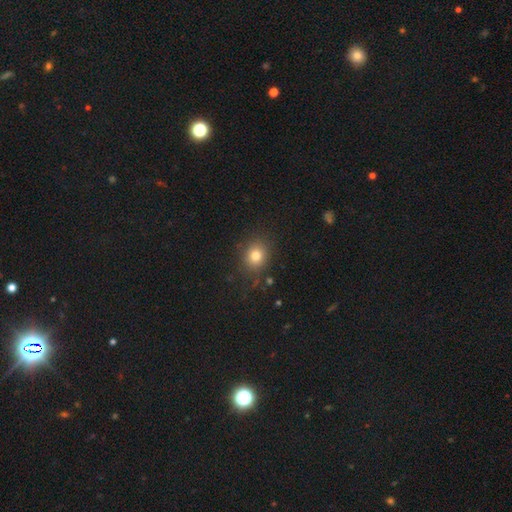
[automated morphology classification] This is likely a smooth galaxy (78%). How rounded: likely round (72%). Merging: clearly none (81%).